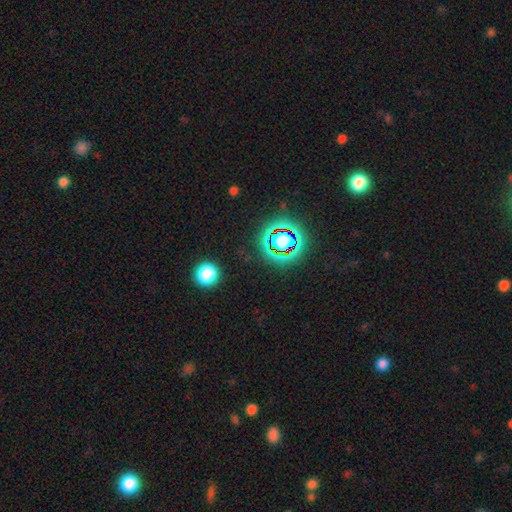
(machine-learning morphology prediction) Q: Smooth or featured?
A: star or artifact (77%); runner-up: smooth (15%)